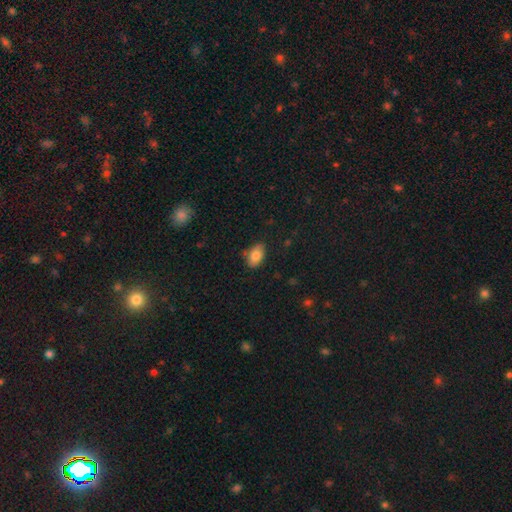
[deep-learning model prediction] Smooth or featured? smooth (82%)
How rounded? in between (88%)
Merging? none (77%)